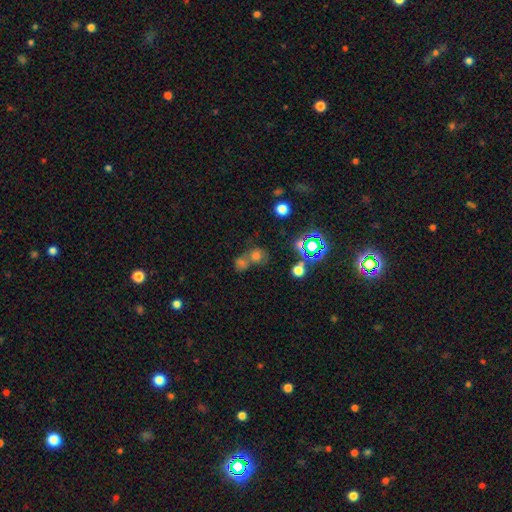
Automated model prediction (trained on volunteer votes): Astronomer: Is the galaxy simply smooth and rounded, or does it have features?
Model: smooth — 57%.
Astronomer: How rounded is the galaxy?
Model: round — 76%.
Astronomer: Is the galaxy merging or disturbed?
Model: merger — 50% (runner-up: none, 38%).